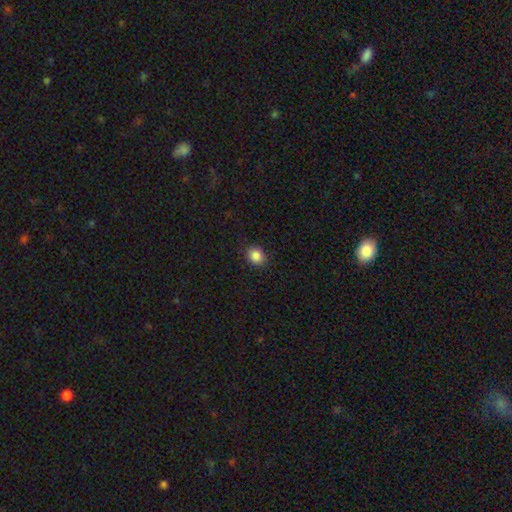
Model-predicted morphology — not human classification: A smooth galaxy with no disk features (86%) that is round (65%). Merging: none (89%).